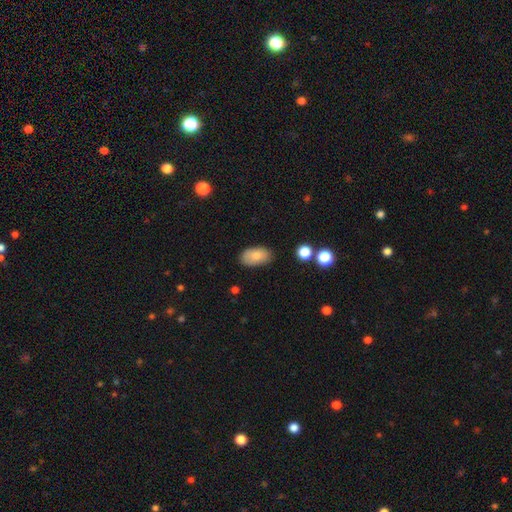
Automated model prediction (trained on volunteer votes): Overall: smooth (84%). How rounded: in between (94%). Merging: none (78%).